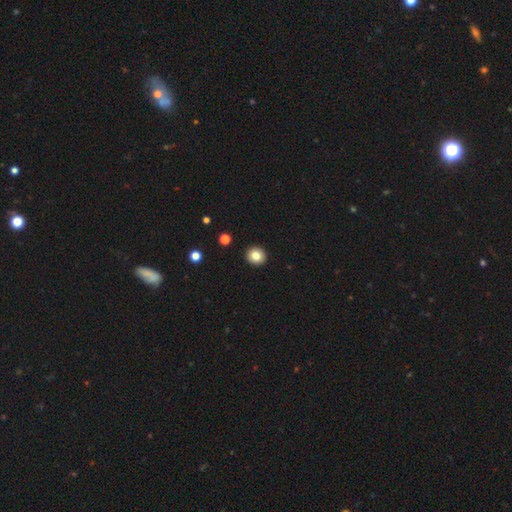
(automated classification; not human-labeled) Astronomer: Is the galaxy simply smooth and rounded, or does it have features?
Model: smooth — 83%.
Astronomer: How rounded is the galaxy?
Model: round — 88%.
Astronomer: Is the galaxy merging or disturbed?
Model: none — 93%.